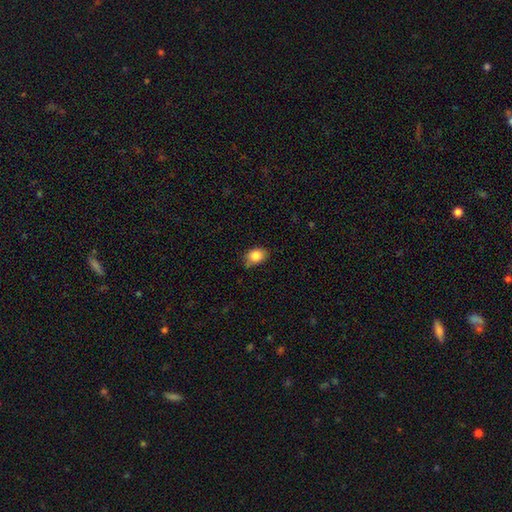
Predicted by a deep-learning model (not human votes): A smooth galaxy with no disk features (86%) that is in between round and cigar-shaped (71%).

Vote fractions:
- Smooth or featured? smooth: 86% / star or artifact: 8% / featured or disk: 5%
- How rounded? in between: 71% / round: 28% / cigar-shaped: 1%
- Merging? none: 75% / minor disturbance: 20% / major disturbance: 4% / merger: 2%